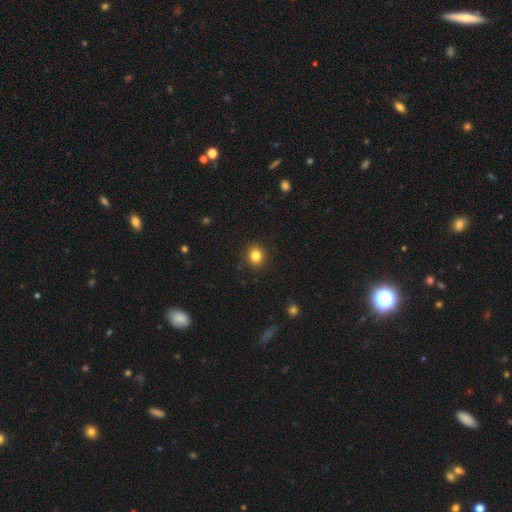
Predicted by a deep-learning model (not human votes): Smooth or featured: smooth — 84% (star or artifact — 11%)
How rounded: round — 78% (in between — 21%)
Merging: none — 90% (minor disturbance — 7%)